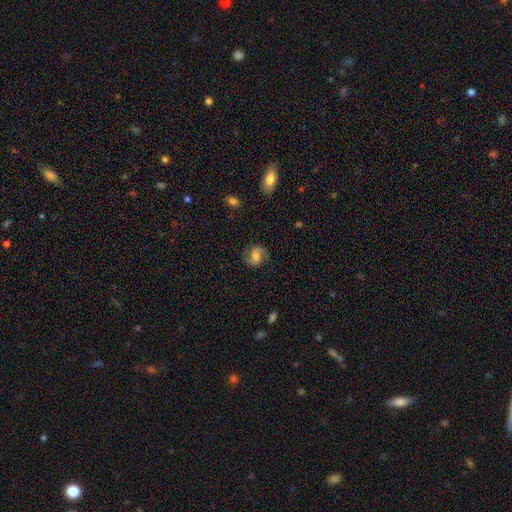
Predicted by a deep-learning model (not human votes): Overall: featured or disk (61%; smooth 30%). Edge-on disk: no (97%). Bar: weak (43%; no 40%). Spiral arms: yes (92%). Spiral arm count: 2 (88%). Spiral winding: medium (48%; loose 32%). Bulge size: moderate (52%; small 28%). Merging: none (79%).